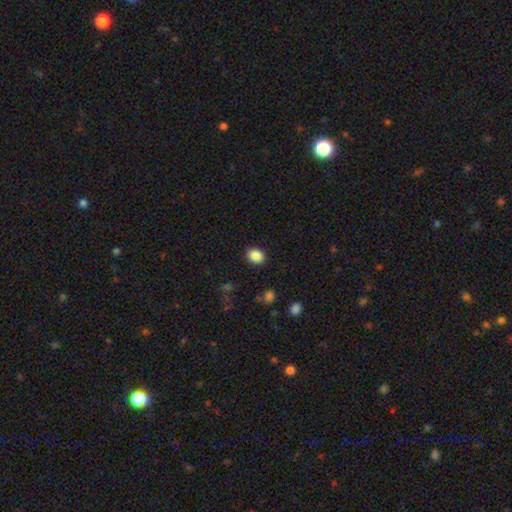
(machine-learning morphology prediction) A smooth galaxy with no disk features (87%) that is in between round and cigar-shaped (53%).

Vote fractions:
- Smooth or featured? smooth: 87% / star or artifact: 9% / featured or disk: 3%
- How rounded? in between: 53% / round: 46% / cigar-shaped: 1%
- Merging? none: 88% / minor disturbance: 8% / major disturbance: 2% / merger: 1%